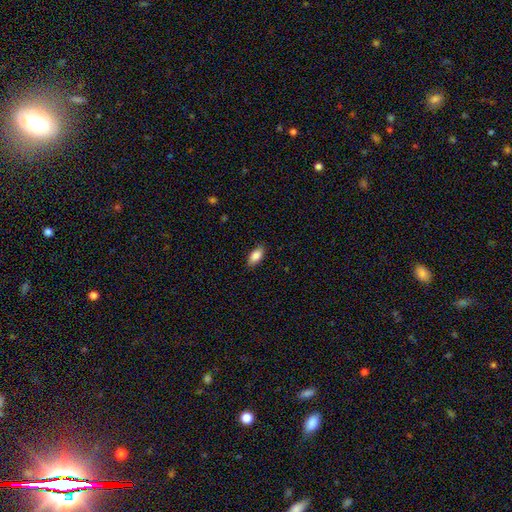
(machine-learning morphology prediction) Smooth or featured: smooth — 86% (star or artifact — 7%)
How rounded: in between — 90% (cigar-shaped — 6%)
Merging: none — 87% (minor disturbance — 10%)